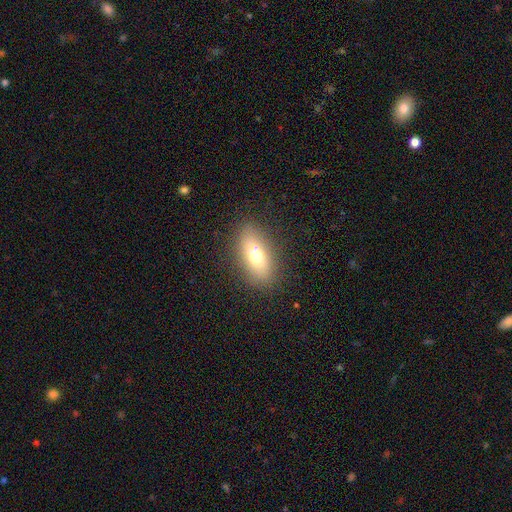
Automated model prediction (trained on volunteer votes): Morphology: type=smooth (68%); roundness=in between (81%); merging=none (86%).